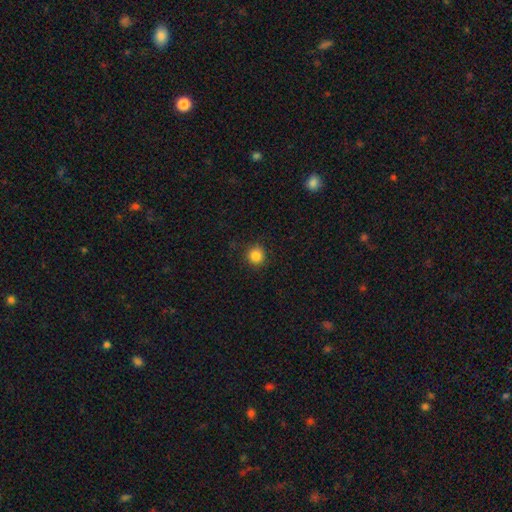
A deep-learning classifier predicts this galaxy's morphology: A smooth galaxy with no disk features (85%) that is round (93%). Merging: none (89%).